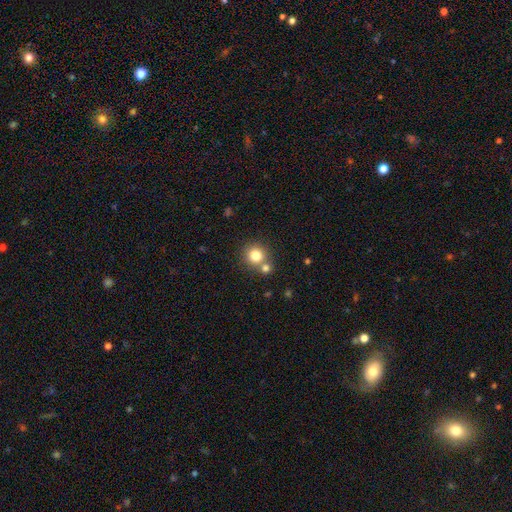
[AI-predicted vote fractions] smooth_or_featured: smooth (p=0.79) [alt: star or artifact p=0.12]
how_rounded: round (p=0.91) [alt: in between p=0.08]
merging: none (p=0.65) [alt: merger p=0.25]